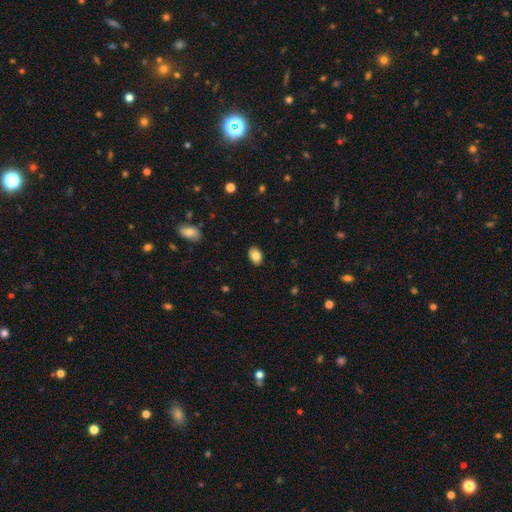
A smooth galaxy with no disk features (87%) that is in between round and cigar-shaped (85%). Merging: none (78%).